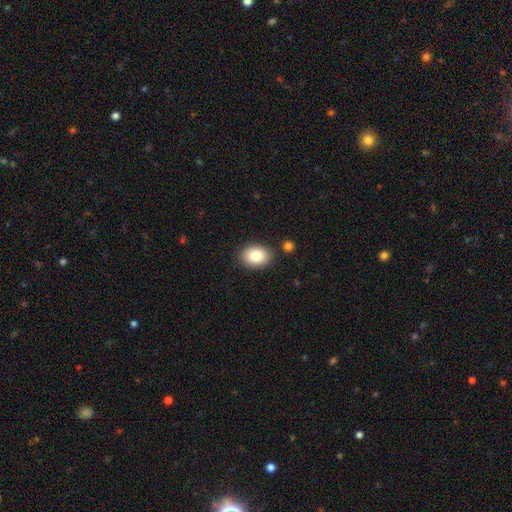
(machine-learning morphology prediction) The model was most divided on "how rounded": in between: 67%, round: 32%, cigar-shaped: 1%. More confident: merging — none (85%); smooth or featured — smooth (82%).